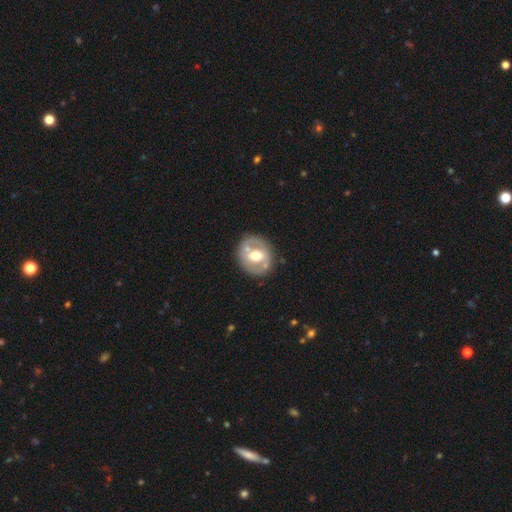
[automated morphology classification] Smooth or featured? featured or disk (59%)
Edge-on disk? no (95%)
Bar? no (39%)
Spiral arms? no (73%)
Bulge size? moderate (70%)
Merging? none (78%)